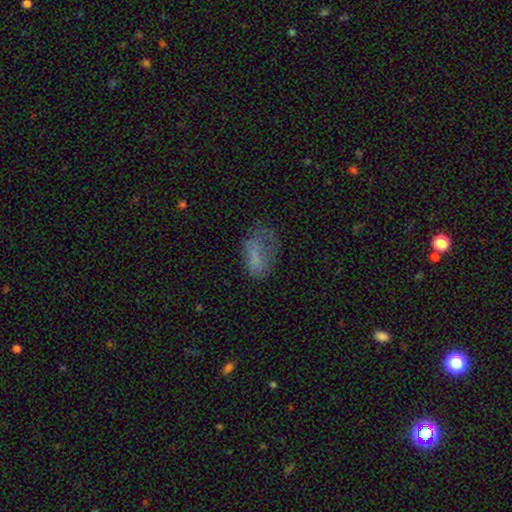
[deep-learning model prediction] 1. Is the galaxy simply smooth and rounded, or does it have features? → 63% smooth, 22% featured or disk, 14% star or artifact.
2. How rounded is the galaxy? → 87% in between, 8% round, 5% cigar-shaped.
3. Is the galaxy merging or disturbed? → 39% major disturbance, 32% none, 26% minor disturbance, 3% merger.